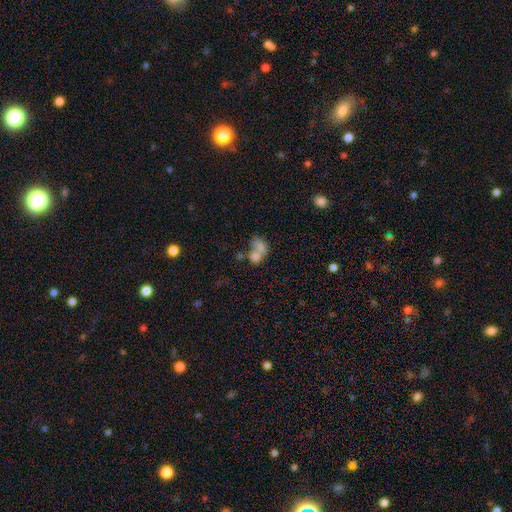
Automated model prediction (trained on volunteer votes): smooth 69%, featured or disk 19%, star or artifact 12%. Down the decision tree: how rounded — in between (59%); merging — merger (67%).